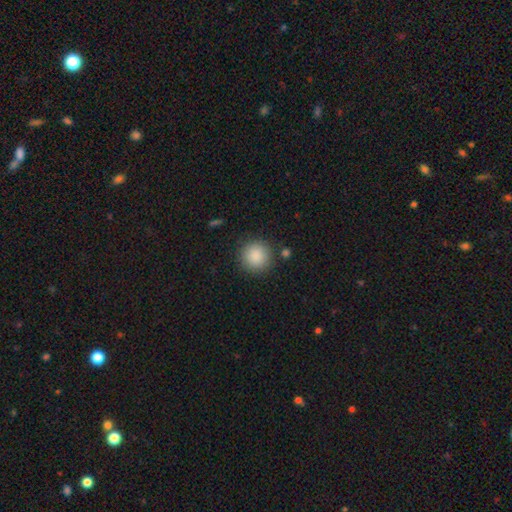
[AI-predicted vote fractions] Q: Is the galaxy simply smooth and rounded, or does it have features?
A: smooth — 88%.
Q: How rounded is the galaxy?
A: round — 94%.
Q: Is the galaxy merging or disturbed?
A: none — 86%.